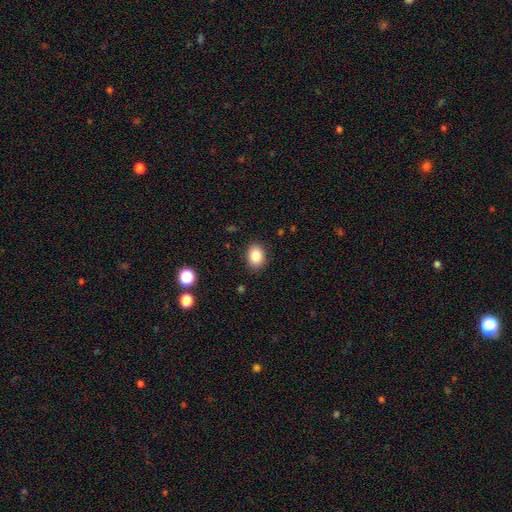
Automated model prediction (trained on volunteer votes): Smooth or featured?
  - smooth: 85% *
  - star or artifact: 9%
  - featured or disk: 6%
How rounded?
  - in between: 64% *
  - round: 35%
  - cigar-shaped: 1%
Merging?
  - none: 89% *
  - minor disturbance: 8%
  - major disturbance: 2%
  - merger: 1%